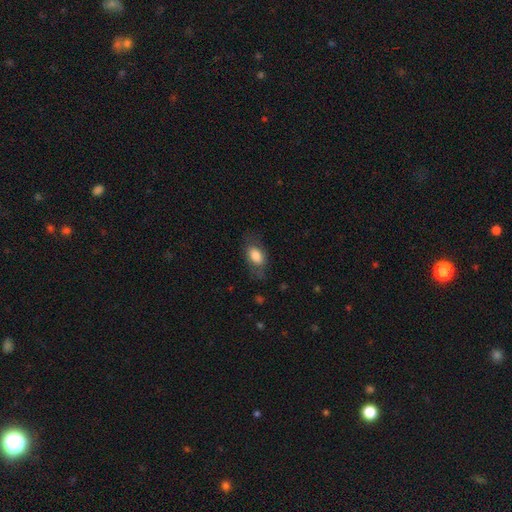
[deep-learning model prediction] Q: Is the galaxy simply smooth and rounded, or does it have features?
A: smooth — 76%.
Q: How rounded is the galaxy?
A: in between — 89%.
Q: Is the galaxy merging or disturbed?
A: none — 66%.